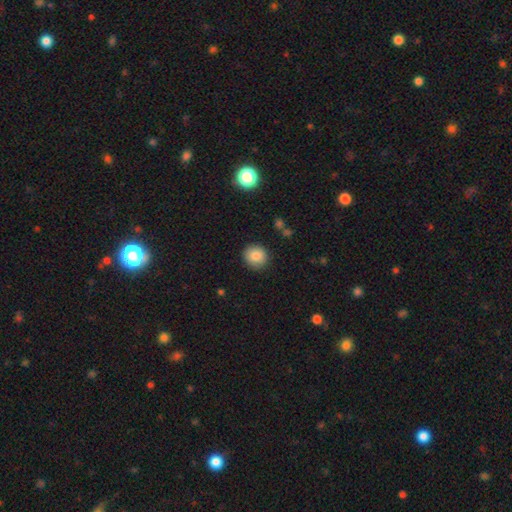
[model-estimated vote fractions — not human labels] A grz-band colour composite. It shows a smooth galaxy with no disk features (85%) that is round (91%). Merging: none (90%).